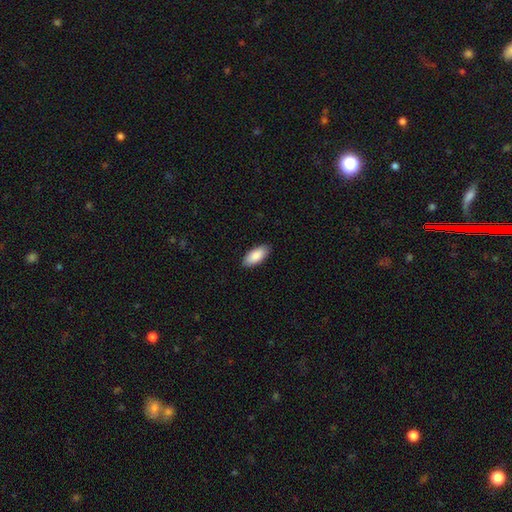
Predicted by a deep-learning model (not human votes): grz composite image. It shows a smooth galaxy with no disk features (89%) that is in between round and cigar-shaped (88%). Merging: none (89%).